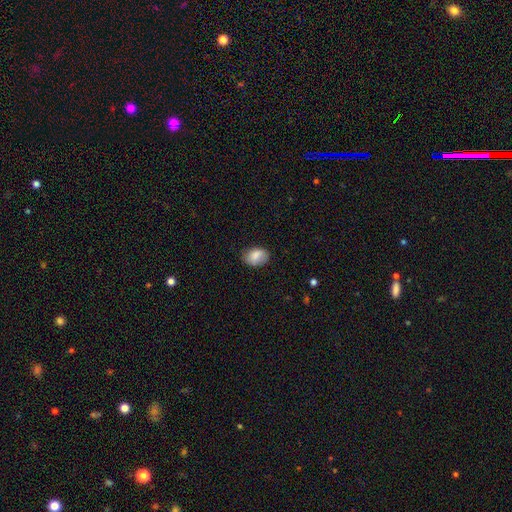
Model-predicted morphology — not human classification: This appears to be a smooth galaxy with no disk features (83%) that is in between round and cigar-shaped (81%). Merging: none (75%).